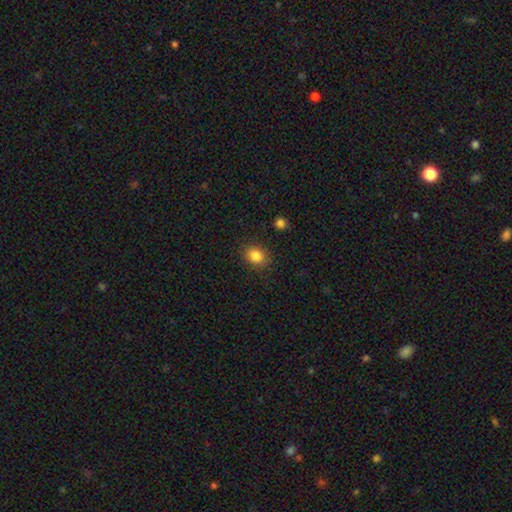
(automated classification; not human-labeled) Overall: smooth (84%). How rounded: round (59%; in between 40%). Merging: none (87%).